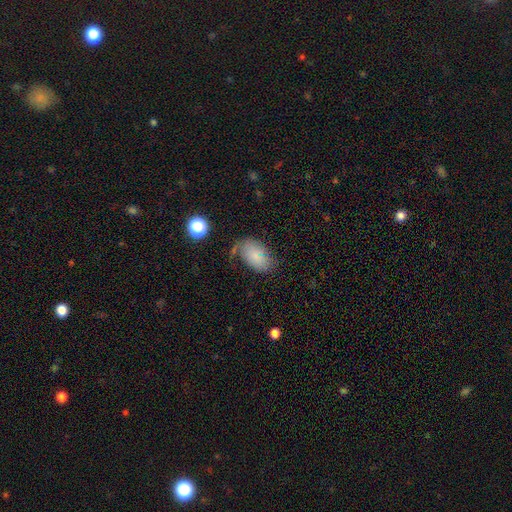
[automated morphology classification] This is likely a smooth galaxy (77%). How rounded: clearly in between (92%). Merging: possibly none (54%).